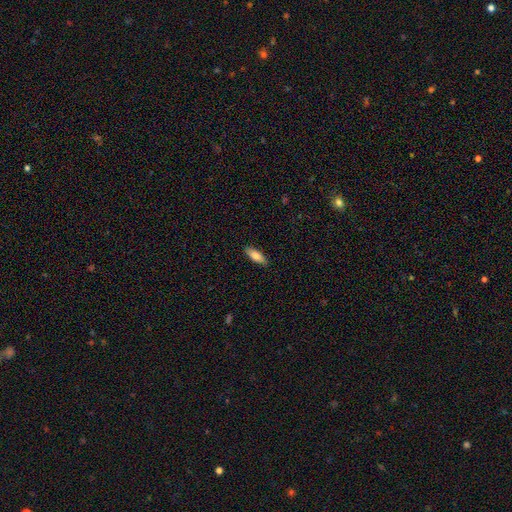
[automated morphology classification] The model was most divided on "how rounded": in between: 66%, cigar-shaped: 32%, round: 2%. More confident: merging — none (86%); smooth or featured — smooth (79%).